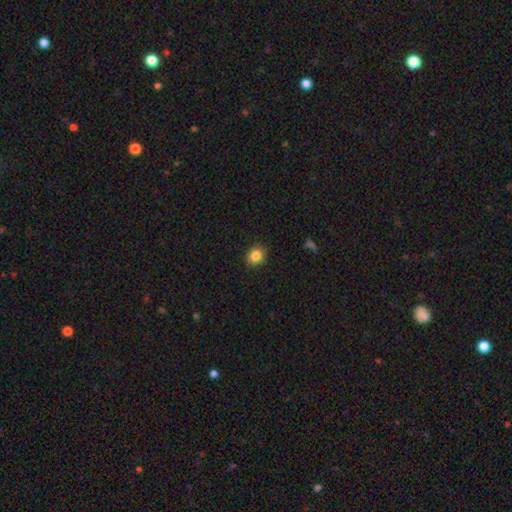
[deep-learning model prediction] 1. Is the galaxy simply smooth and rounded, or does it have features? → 85% smooth, 10% star or artifact, 4% featured or disk.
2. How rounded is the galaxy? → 73% round, 26% in between, 1% cigar-shaped.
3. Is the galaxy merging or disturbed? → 90% none, 7% minor disturbance, 2% major disturbance, 1% merger.